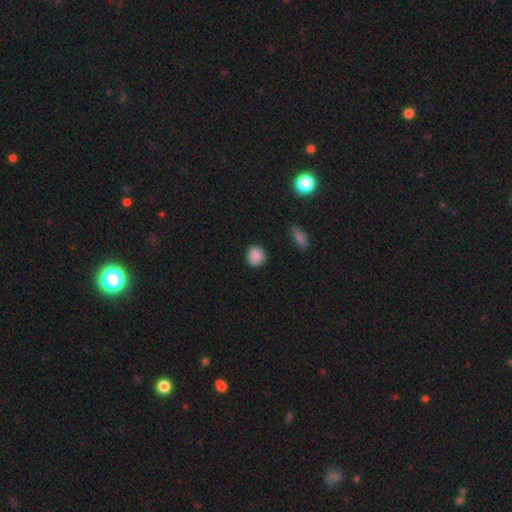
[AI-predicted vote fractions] Overall: smooth (88%). How rounded: round (86%). Merging: none (89%).